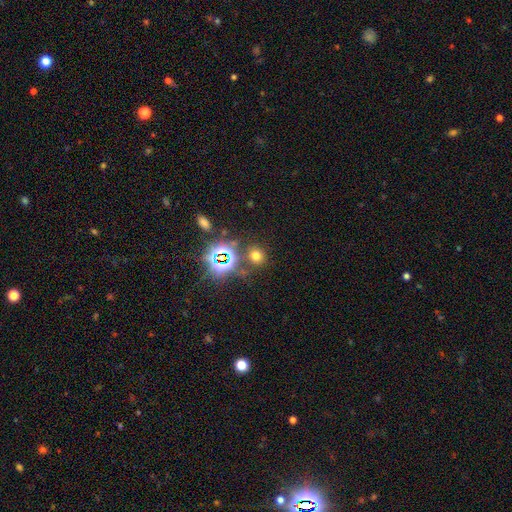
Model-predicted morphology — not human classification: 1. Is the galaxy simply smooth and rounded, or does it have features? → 61% smooth, 32% star or artifact, 7% featured or disk.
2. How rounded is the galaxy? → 79% round, 19% in between, 1% cigar-shaped.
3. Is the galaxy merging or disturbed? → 80% none, 9% minor disturbance, 7% merger, 4% major disturbance.